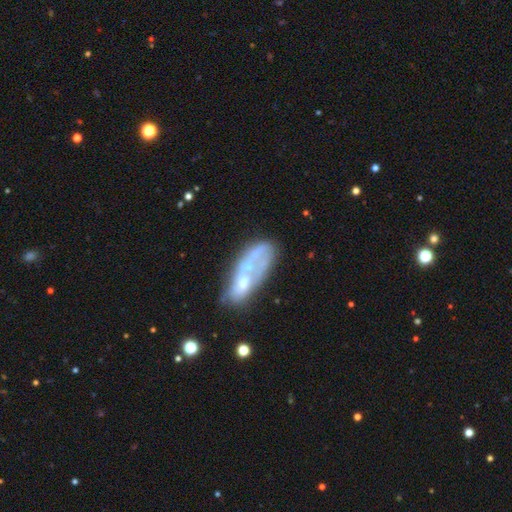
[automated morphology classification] This appears to be a featured or disk galaxy (51%). Merging: none (28%, tied with merger).